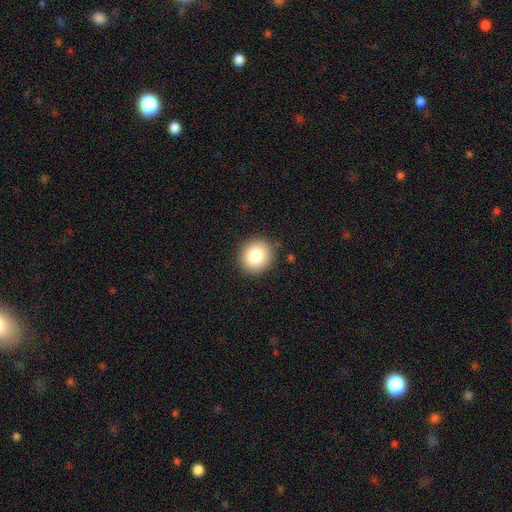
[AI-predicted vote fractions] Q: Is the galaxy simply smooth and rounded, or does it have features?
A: smooth — 81%.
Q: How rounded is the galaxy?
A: round — 90%.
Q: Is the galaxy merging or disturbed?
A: none — 90%.